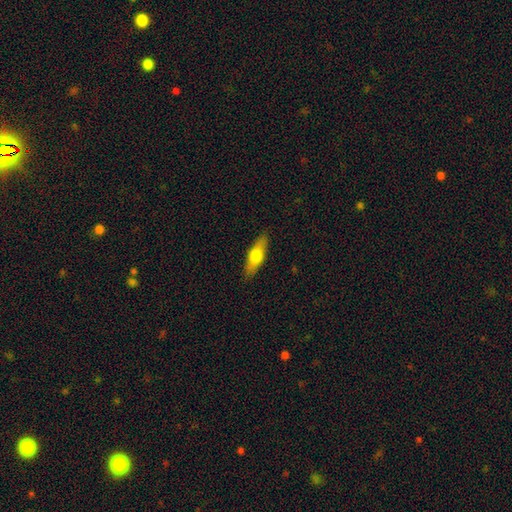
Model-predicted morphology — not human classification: Overall: smooth (61%; featured or disk 33%). How rounded: cigar-shaped (50%; in between 48%). Merging: none (87%).